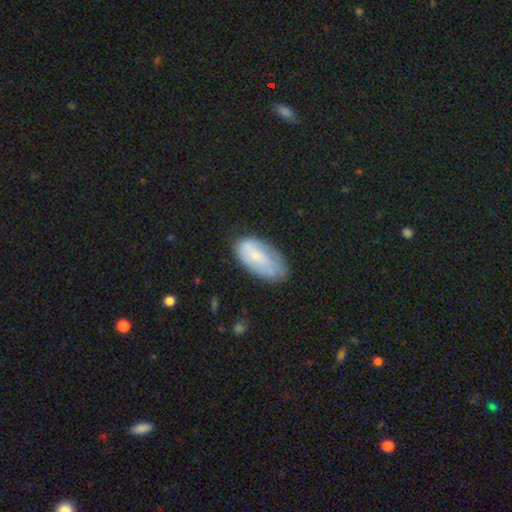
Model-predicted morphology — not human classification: Smooth or featured: smooth — 68% (featured or disk — 25%)
How rounded: in between — 93% (cigar-shaped — 5%)
Merging: none — 59% (minor disturbance — 30%)